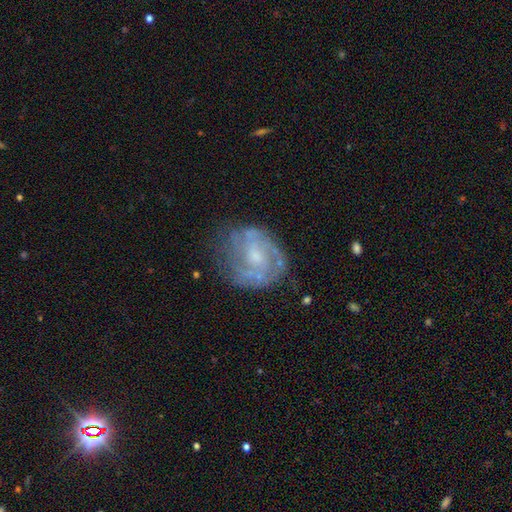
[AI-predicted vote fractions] featured or disk 73%, smooth 19%, star or artifact 8%. Down the decision tree: edge-on disk — no (98%); bar — no (60%); spiral arms — yes (77%); spiral arm count — can't tell (37%); spiral winding — tight (46%); bulge size — small (46%); merging — none (63%).